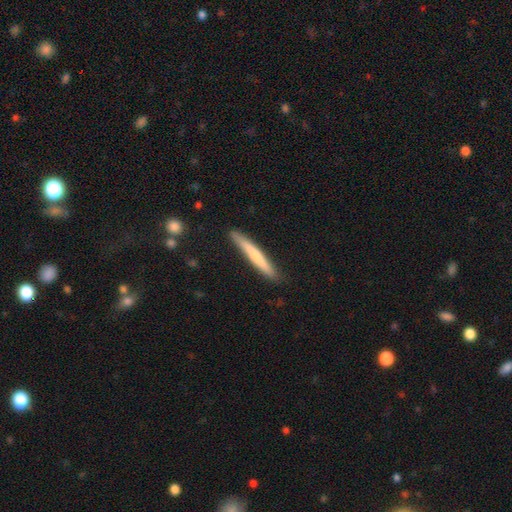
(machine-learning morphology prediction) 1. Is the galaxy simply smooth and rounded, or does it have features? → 63% smooth, 32% featured or disk, 5% star or artifact.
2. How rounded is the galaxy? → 96% cigar-shaped, 3% in between, 1% round.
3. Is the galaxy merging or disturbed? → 87% none, 10% minor disturbance, 2% major disturbance, 1% merger.